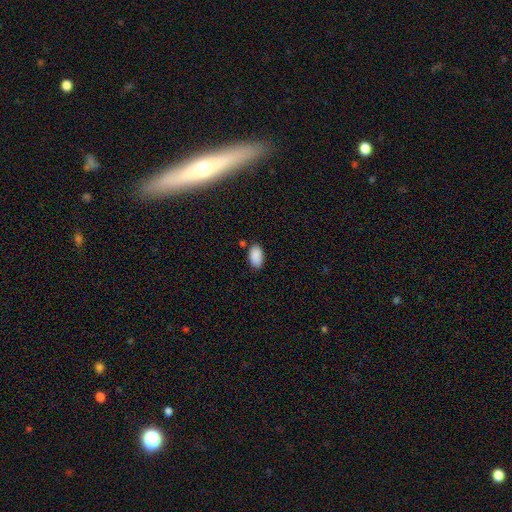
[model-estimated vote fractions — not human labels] This is clearly a smooth galaxy (89%). How rounded: clearly in between (94%). Merging: clearly none (80%).